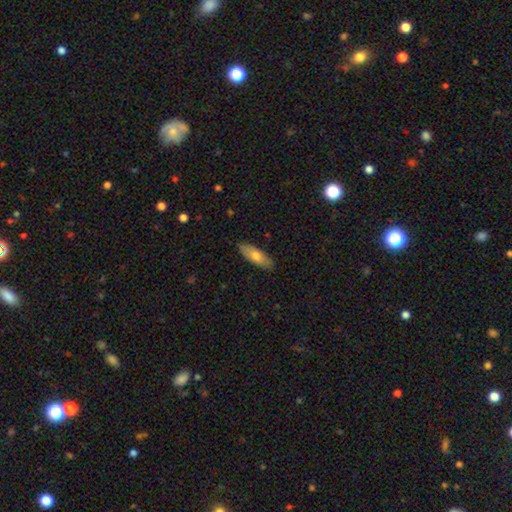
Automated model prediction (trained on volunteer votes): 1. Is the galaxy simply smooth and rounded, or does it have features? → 69% smooth, 25% featured or disk, 6% star or artifact.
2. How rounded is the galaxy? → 68% in between, 30% cigar-shaped, 2% round.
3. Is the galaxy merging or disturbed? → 86% none, 11% minor disturbance, 2% major disturbance, 1% merger.